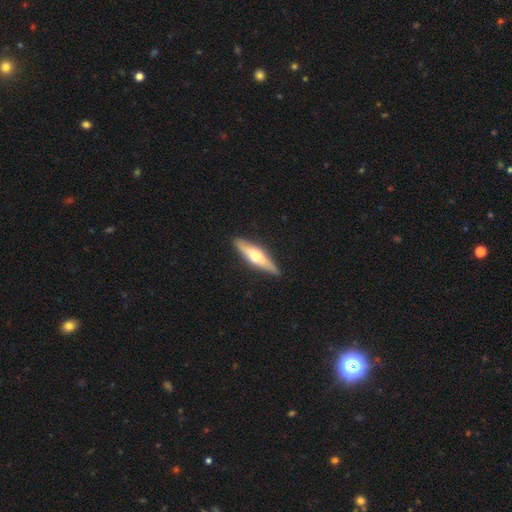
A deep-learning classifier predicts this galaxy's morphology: Smooth or featured?
  - featured or disk: 58% *
  - smooth: 37%
  - star or artifact: 5%
Edge-on disk?
  - yes: 93% *
  - no: 7%
Edge-on bulge?
  - rounded: 93% *
  - boxy: 4%
  - none: 3%
Merging?
  - none: 90% *
  - minor disturbance: 8%
  - major disturbance: 2%
  - merger: 1%